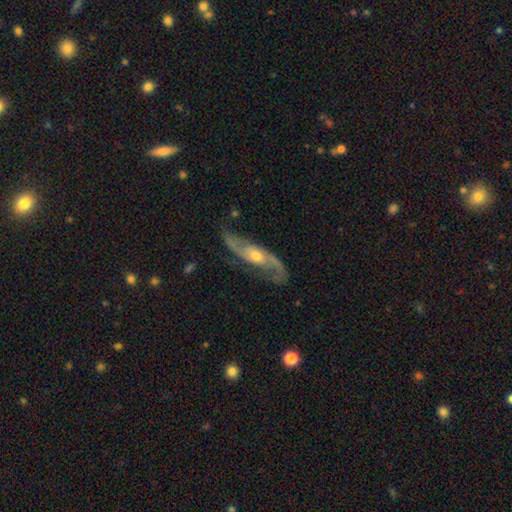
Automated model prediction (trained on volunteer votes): This appears to be a featured or disk galaxy (87%) with no bar (55%), 2 (89%) medium (44%) spiral arms (96%) and a moderate central bulge (60%). Merging: none (77%).